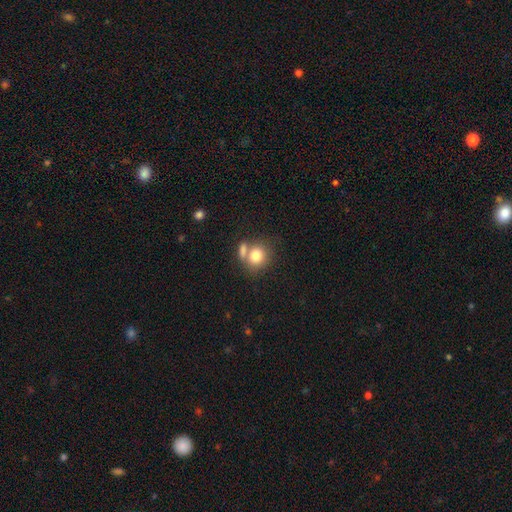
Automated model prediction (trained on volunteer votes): Smooth or featured? smooth (79%)
How rounded? round (71%)
Merging? none (50%)